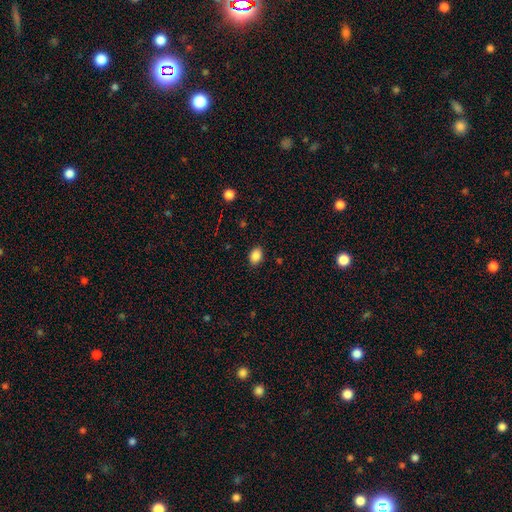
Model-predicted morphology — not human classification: A smooth galaxy with no disk features (87%) that is in between round and cigar-shaped (72%). Merging: none (87%).